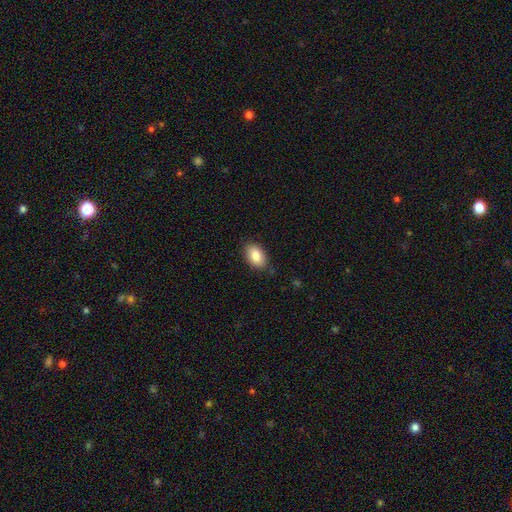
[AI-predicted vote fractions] The model was most divided on "merging": none: 83%, minor disturbance: 14%, major disturbance: 3%, merger: 1%. More confident: how rounded — in between (91%); smooth or featured — smooth (85%).